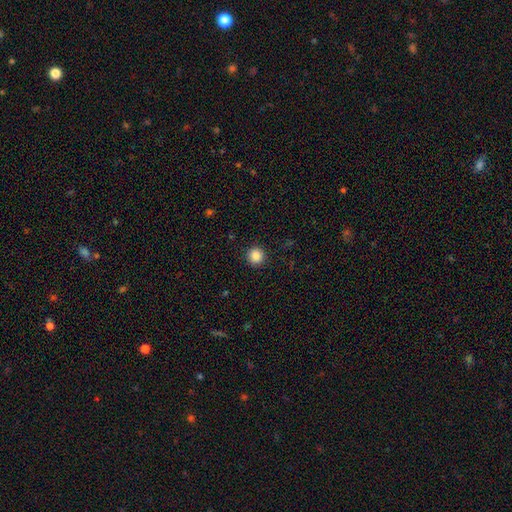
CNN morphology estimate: smooth_or_featured: smooth (p=0.86) [alt: star or artifact p=0.10]
how_rounded: round (p=0.94) [alt: in between p=0.05]
merging: none (p=0.92) [alt: minor disturbance p=0.05]